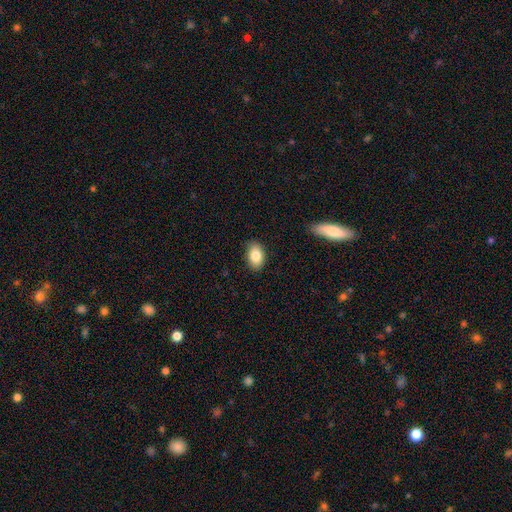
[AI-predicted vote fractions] smooth_or_featured: smooth (p=0.85) [alt: featured or disk p=0.08]
how_rounded: in between (p=0.88) [alt: round p=0.11]
merging: none (p=0.85) [alt: minor disturbance p=0.11]